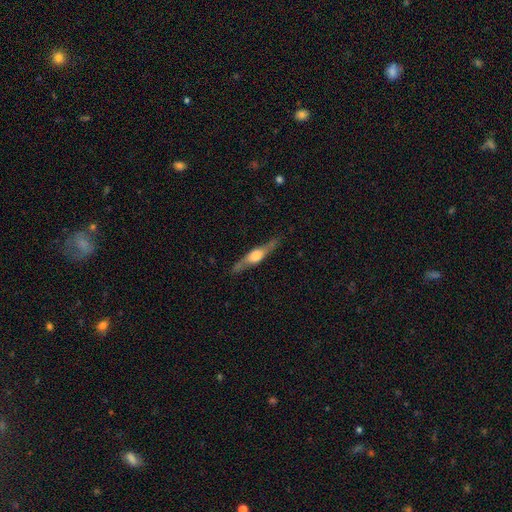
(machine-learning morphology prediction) This appears to be a featured or disk galaxy (73%) viewed edge-on (95%) with a rounded central bulge (87%). Merging: none (85%).